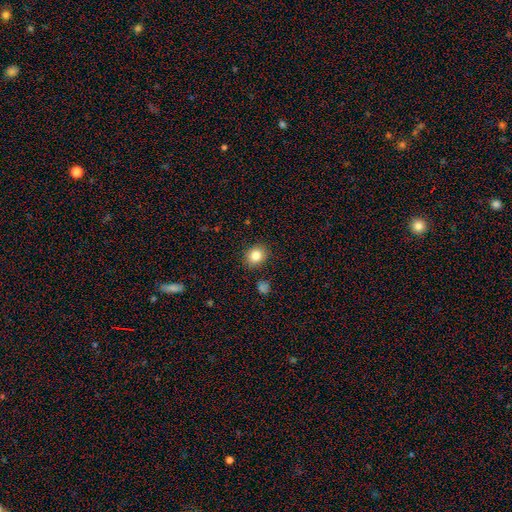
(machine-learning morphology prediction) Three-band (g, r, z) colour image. It shows a smooth galaxy with no disk features (84%) that is round (70%). Merging: none (88%).